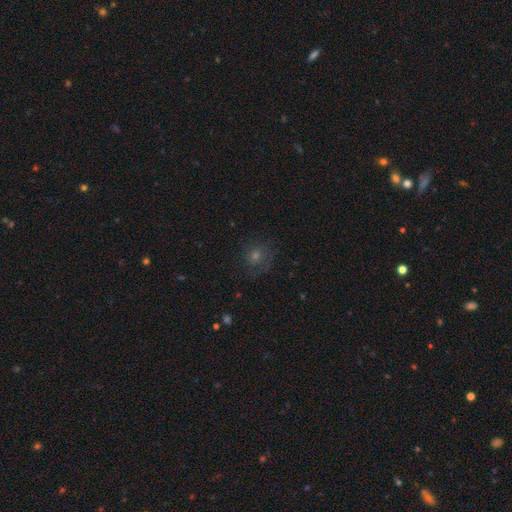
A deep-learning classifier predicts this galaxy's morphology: This is marginally a smooth galaxy (44%). Merging: likely none (71%).